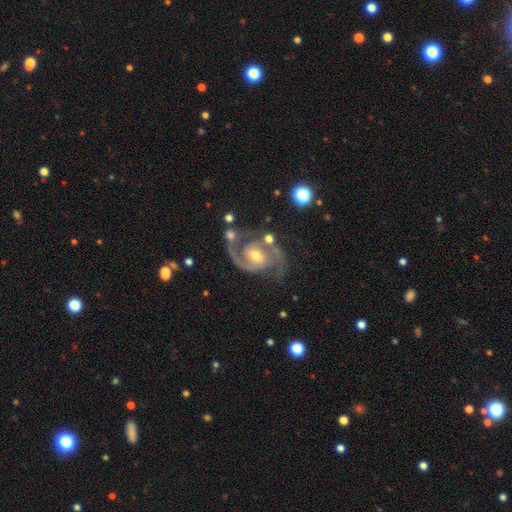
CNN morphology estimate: Smooth or featured?
  - featured or disk: 93% *
  - star or artifact: 4%
  - smooth: 3%
Edge-on disk?
  - no: 98% *
  - yes: 2%
Bar?
  - no: 43% *
  - weak: 42%
  - strong: 15%
Spiral arms?
  - yes: 98% *
  - no: 2%
Spiral winding?
  - medium: 61% *
  - tight: 27%
  - loose: 12%
Spiral arm count?
  - 2: 92% *
  - 3: 2%
  - 1: 2%
  - can't tell: 2%
  - 4: 1%
  - more than 4: 1%
Bulge size?
  - moderate: 60% *
  - small: 34%
  - large: 3%
  - none: 1%
  - dominant: 1%
Merging?
  - none: 70% *
  - minor disturbance: 16%
  - major disturbance: 8%
  - merger: 7%